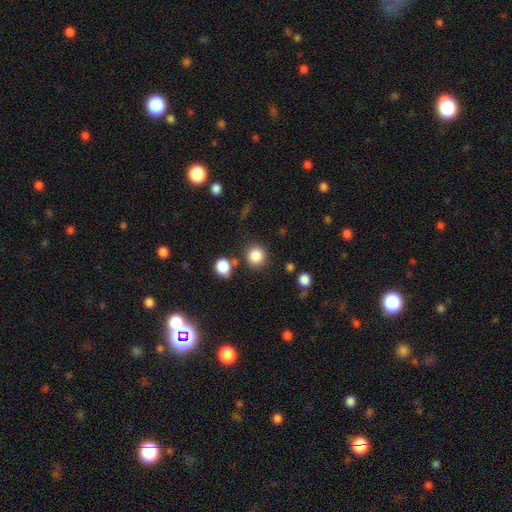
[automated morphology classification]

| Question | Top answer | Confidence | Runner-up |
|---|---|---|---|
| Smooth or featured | smooth | 86% | star or artifact (10%) |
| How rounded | round | 91% | in between (8%) |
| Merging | none | 82% | minor disturbance (8%) |